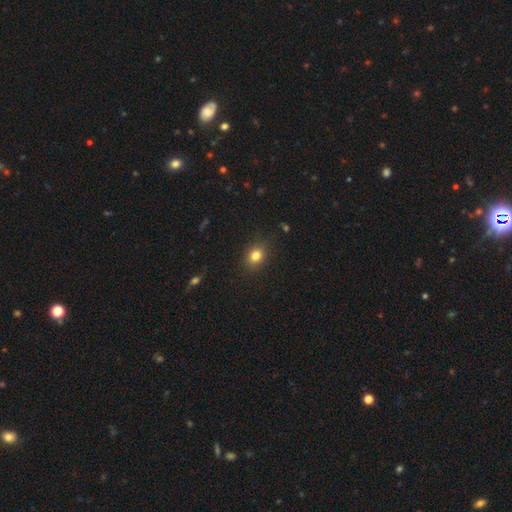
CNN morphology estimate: smooth 81%, star or artifact 12%, featured or disk 7%. Down the decision tree: how rounded — in between (53%); merging — none (86%).